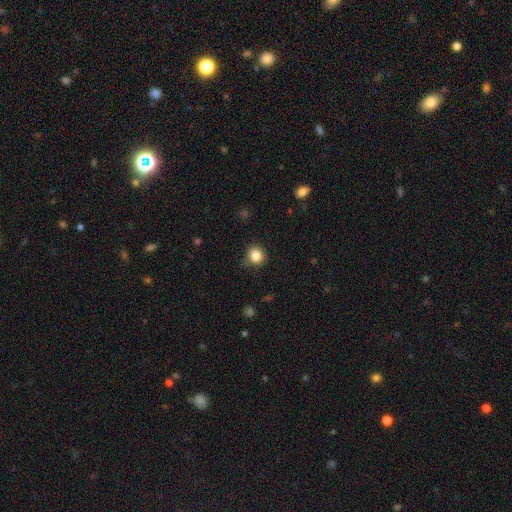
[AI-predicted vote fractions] This appears to be a smooth galaxy with no disk features (85%) that is round (88%). Merging: none (80%).